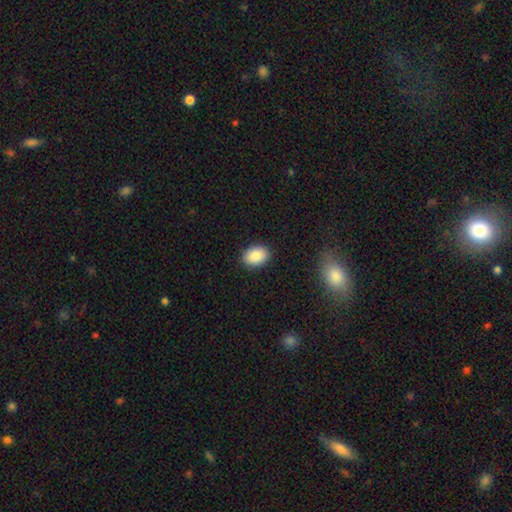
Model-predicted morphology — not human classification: The model was most divided on "how rounded": in between: 78%, round: 21%, cigar-shaped: 1%. More confident: smooth or featured — smooth (89%); merging — none (89%).